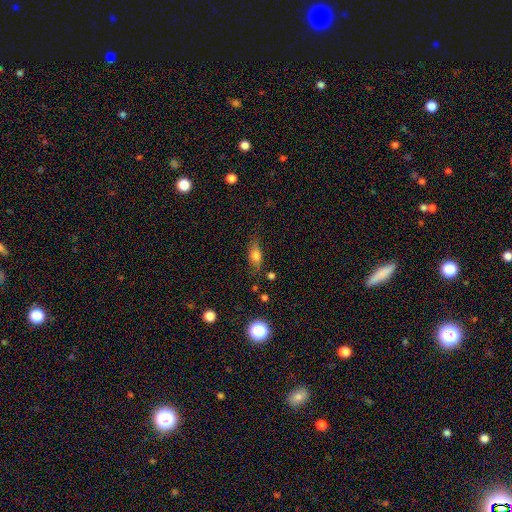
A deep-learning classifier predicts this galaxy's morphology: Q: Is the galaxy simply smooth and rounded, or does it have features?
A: smooth — 67%.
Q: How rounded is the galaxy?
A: in between — 70%.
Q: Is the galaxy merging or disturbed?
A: none — 73%.